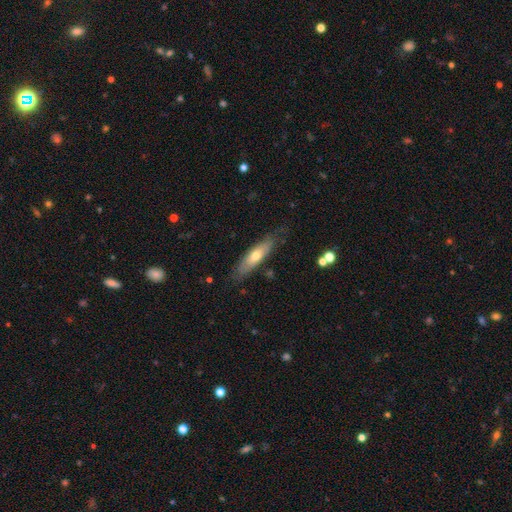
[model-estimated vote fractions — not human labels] A smooth galaxy with no disk features (50%) that is cigar-shaped (62%).

Vote fractions:
- Smooth or featured? smooth: 50% / featured or disk: 43% / star or artifact: 6%
- How rounded? cigar-shaped: 62% / in between: 36% / round: 2%
- Merging? none: 73% / minor disturbance: 20% / major disturbance: 5% / merger: 2%